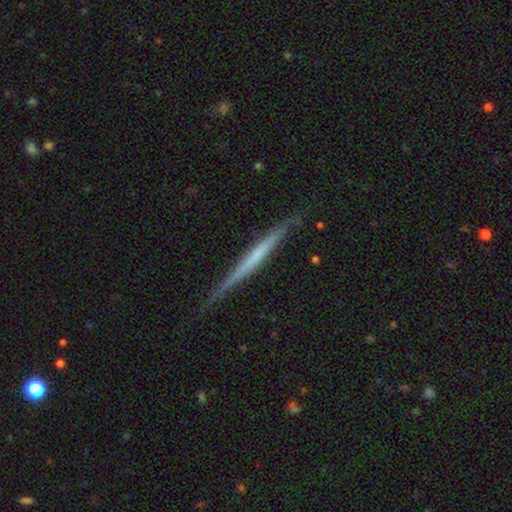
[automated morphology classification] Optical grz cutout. It shows a featured or disk galaxy (65%) viewed edge-on (97%) with no central bulge (78%). Merging: none (82%).